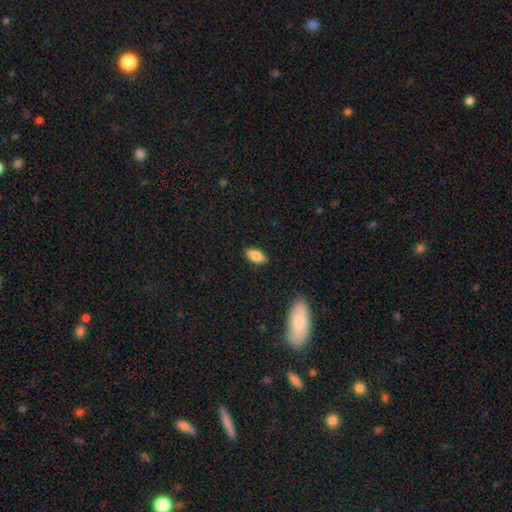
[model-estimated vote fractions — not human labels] The model was most divided on "smooth or featured": smooth: 82%, featured or disk: 10%, star or artifact: 7%. More confident: how rounded — in between (89%); merging — none (87%).